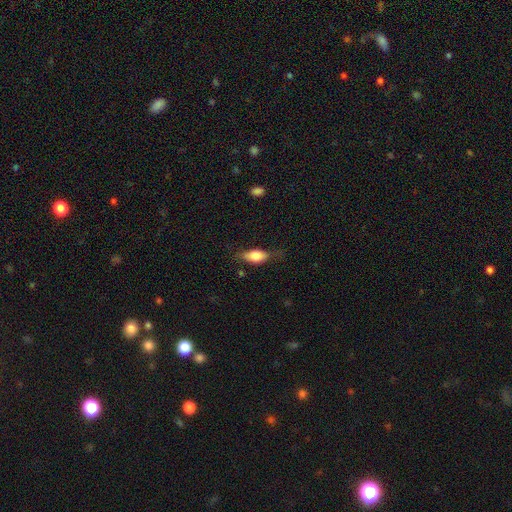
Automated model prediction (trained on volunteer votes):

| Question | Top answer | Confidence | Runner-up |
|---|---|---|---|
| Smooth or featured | smooth | 74% | featured or disk (19%) |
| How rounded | in between | 82% | cigar-shaped (14%) |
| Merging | none | 63% | minor disturbance (26%) |